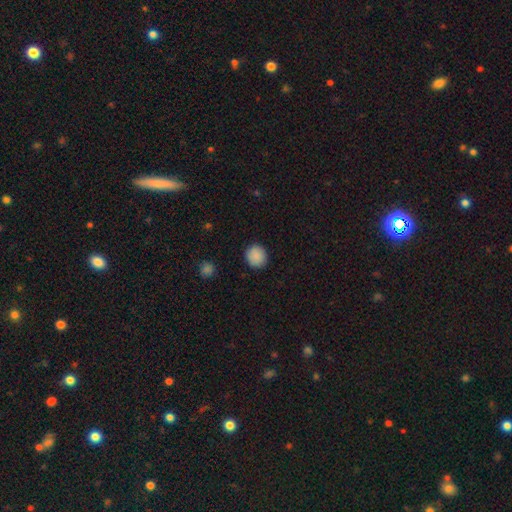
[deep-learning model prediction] Smooth or featured? Predicted: smooth (p=0.89). How rounded? Predicted: round (p=0.90). Merging? Predicted: none (p=0.90).